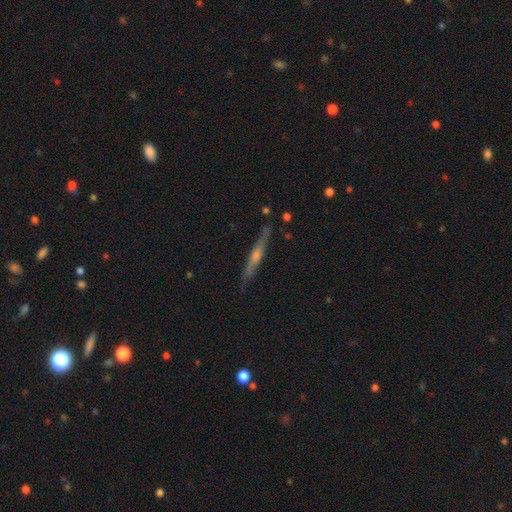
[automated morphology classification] smooth-or-featured: featured or disk: 70% | smooth: 24% | star or artifact: 6%
  disk-edge-on: yes: 96% | no: 4%
    edge-on-bulge: rounded: 73% | none: 20% | boxy: 7%
  merging: none: 85% | minor disturbance: 11% | major disturbance: 2% | merger: 2%